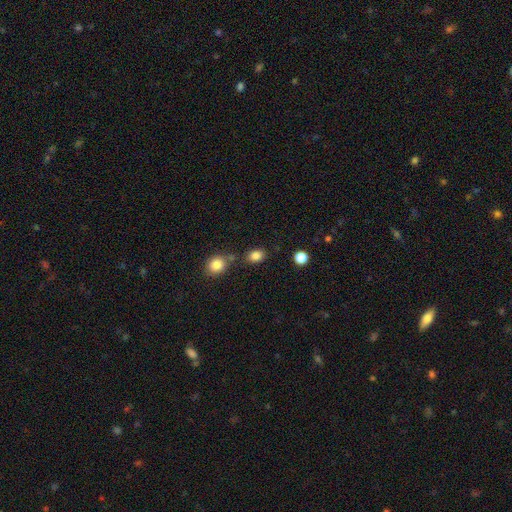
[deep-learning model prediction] This appears to be a smooth galaxy with no disk features (85%) that is in between round and cigar-shaped (63%). Merging: none (72%).